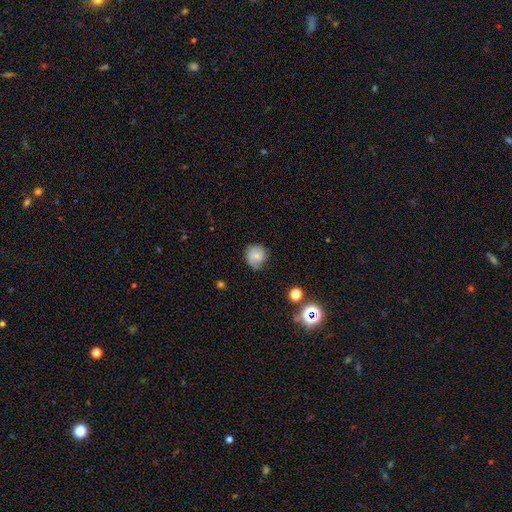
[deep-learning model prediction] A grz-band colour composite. It shows a smooth galaxy with no disk features (57%) that is round (85%). Merging: none (69%).